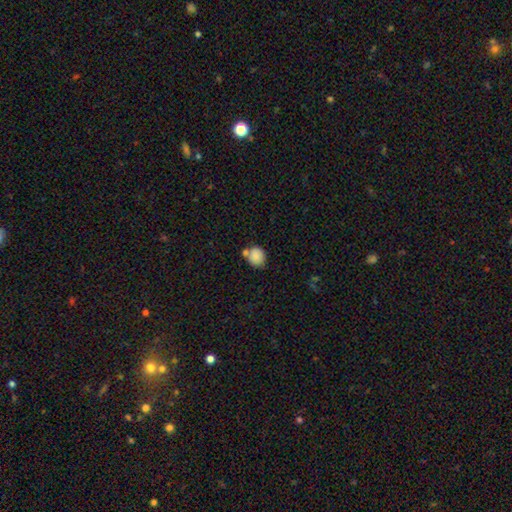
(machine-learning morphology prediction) A smooth galaxy with no disk features (84%) that is round (79%). Merging: none (59%).